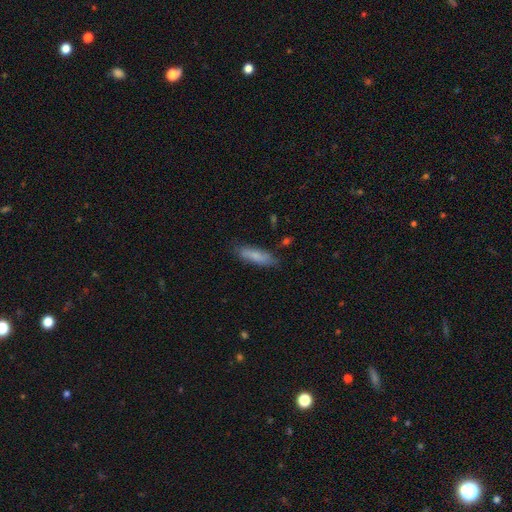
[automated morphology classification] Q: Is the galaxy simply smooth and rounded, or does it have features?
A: smooth — 76%.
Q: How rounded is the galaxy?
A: cigar-shaped — 57%.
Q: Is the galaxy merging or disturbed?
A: none — 79%.